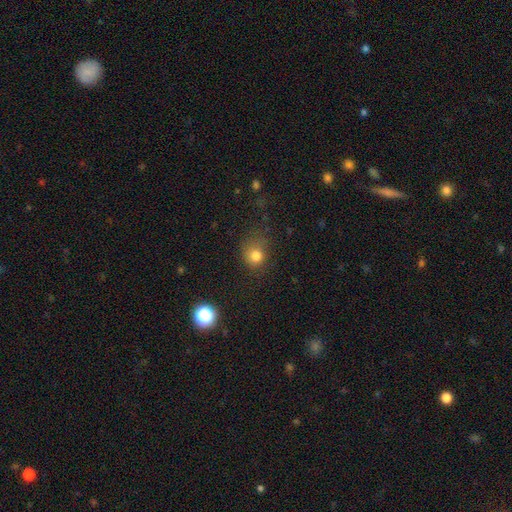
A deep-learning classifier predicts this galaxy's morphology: This appears to be a smooth galaxy with no disk features (79%) that is round (79%). Merging: none (65%).